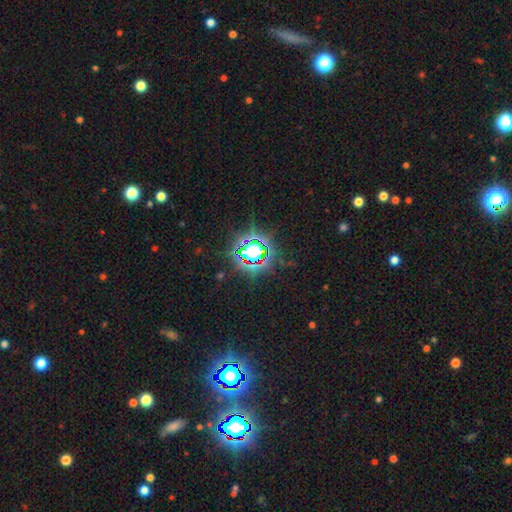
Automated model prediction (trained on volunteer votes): Q: Smooth or featured?
A: star or artifact (83%); runner-up: smooth (10%)